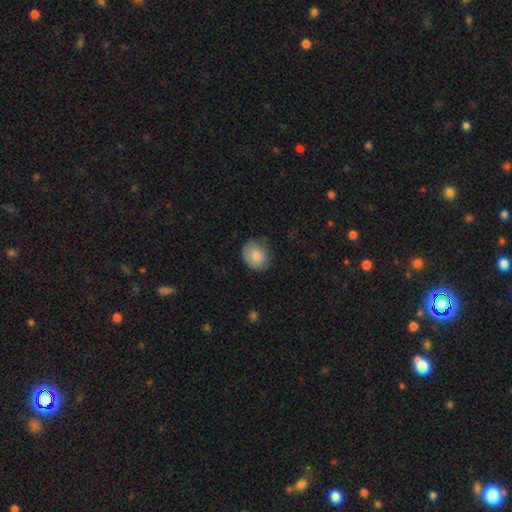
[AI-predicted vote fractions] Q: Smooth or featured?
A: smooth (83%); runner-up: featured or disk (10%)
Q: How rounded?
A: round (56%); runner-up: in between (43%)
Q: Merging?
A: none (68%); runner-up: minor disturbance (25%)